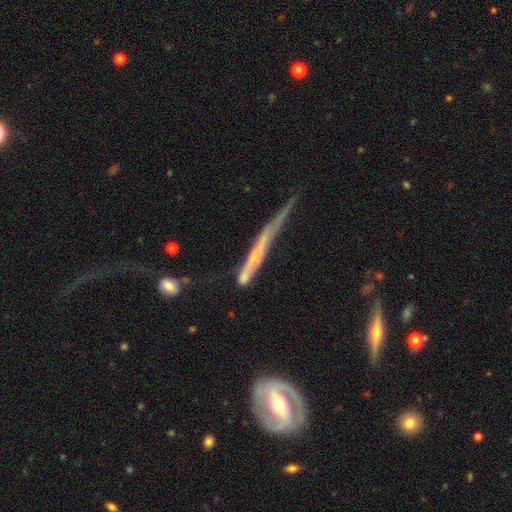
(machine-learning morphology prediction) Overall: featured or disk (59%; smooth 31%). Edge-on disk: yes (82%). Merging: none (32%; major disturbance 28%).